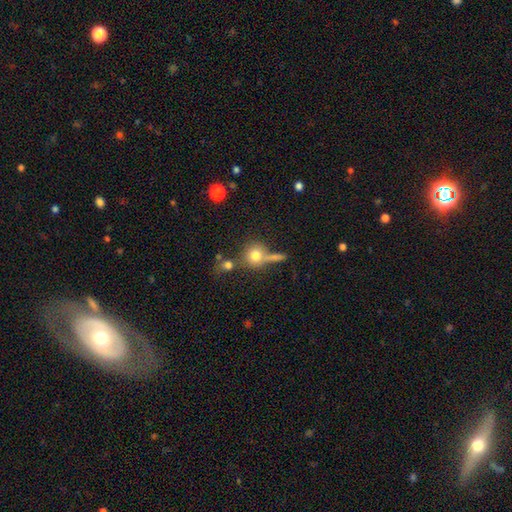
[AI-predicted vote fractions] Smooth or featured? Predicted: smooth (p=0.74). How rounded? Predicted: round (p=0.85). Merging? Predicted: none (p=0.55).